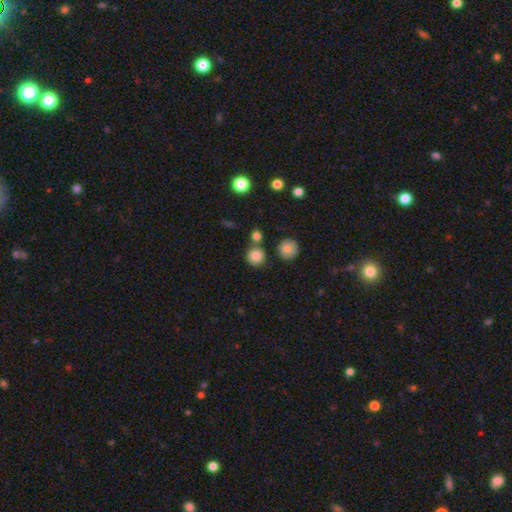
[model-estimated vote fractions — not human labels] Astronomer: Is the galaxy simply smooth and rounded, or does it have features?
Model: smooth — 83%.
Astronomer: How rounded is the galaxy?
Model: round — 90%.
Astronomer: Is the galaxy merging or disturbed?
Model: none — 73%.